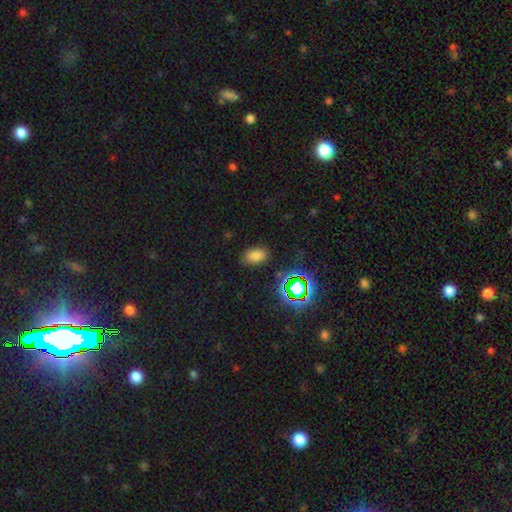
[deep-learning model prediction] Smooth or featured? smooth (73%)
How rounded? in between (89%)
Merging? none (84%)